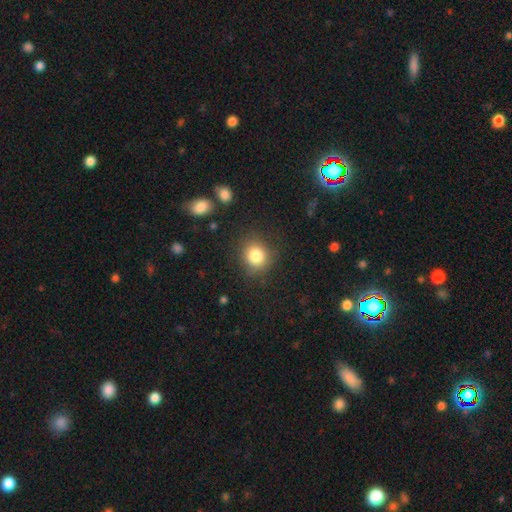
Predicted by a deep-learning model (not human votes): smooth 82%, star or artifact 11%, featured or disk 7%. Down the decision tree: how rounded — round (83%); merging — none (84%).